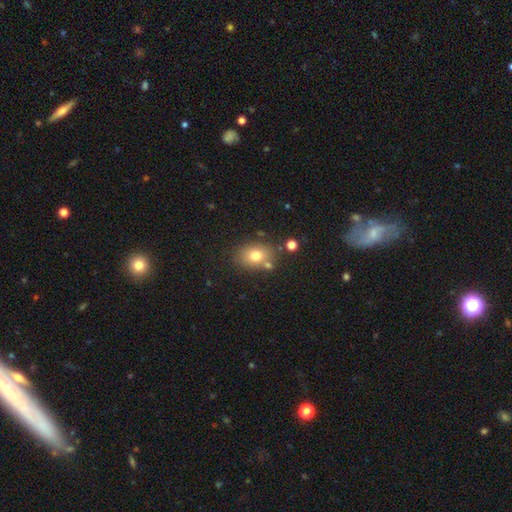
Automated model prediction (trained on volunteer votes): This appears to be a smooth galaxy with no disk features (76%) that is in between round and cigar-shaped (62%). Merging: none (72%).